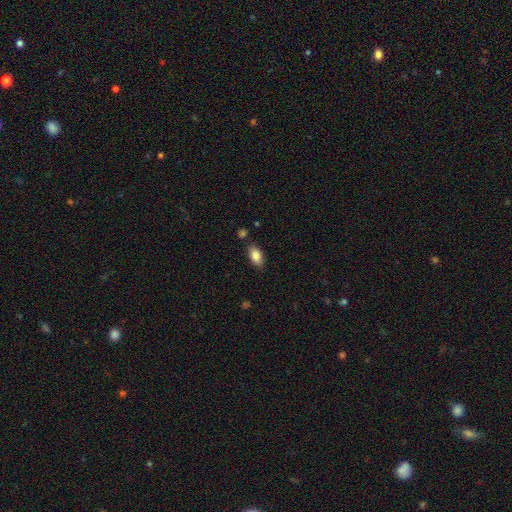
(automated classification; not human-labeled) smooth_or_featured: smooth (p=0.84) [alt: featured or disk p=0.08]
how_rounded: in between (p=0.91) [alt: round p=0.05]
merging: none (p=0.83) [alt: minor disturbance p=0.11]